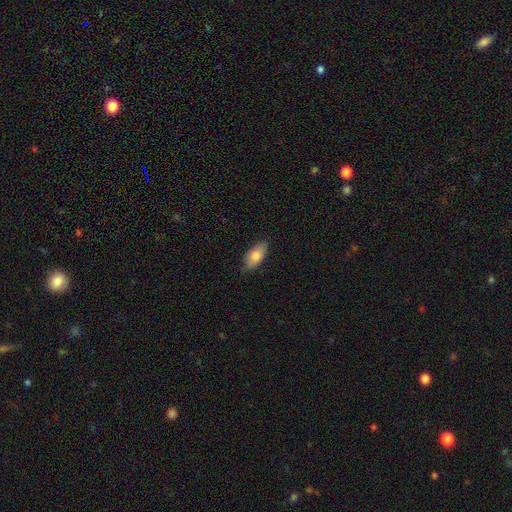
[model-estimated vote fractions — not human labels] smooth_or_featured: smooth (p=0.79) [alt: featured or disk p=0.15]
how_rounded: in between (p=0.89) [alt: cigar-shaped p=0.08]
merging: none (p=0.81) [alt: minor disturbance p=0.16]